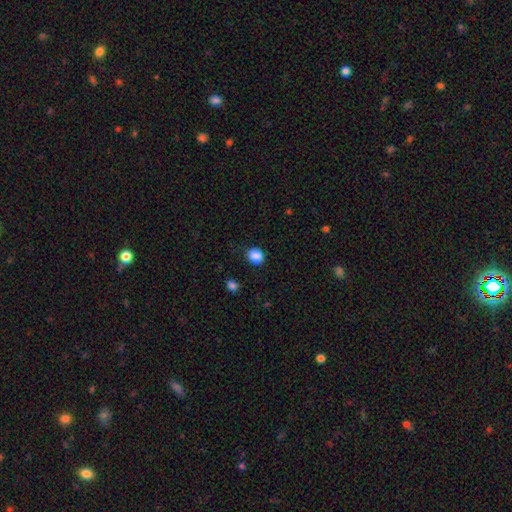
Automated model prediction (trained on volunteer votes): Smooth or featured? smooth (87%)
How rounded? round (73%)
Merging? none (85%)